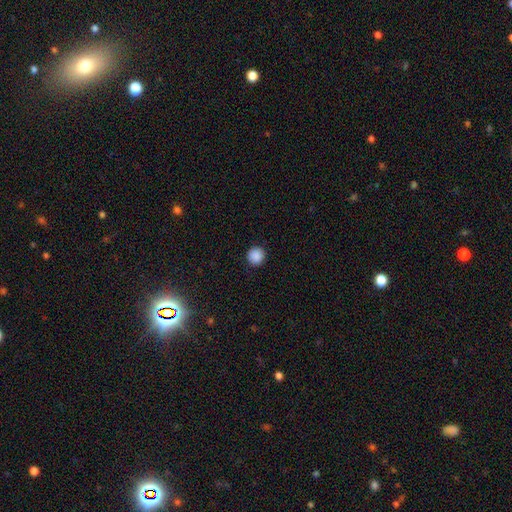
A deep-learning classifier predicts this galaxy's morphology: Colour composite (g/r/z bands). It shows a smooth galaxy with no disk features (89%) that is round (94%). Merging: none (92%).